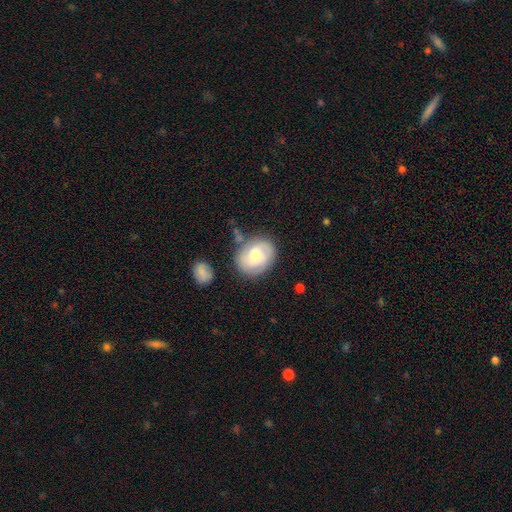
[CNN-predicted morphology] Smooth or featured? Predicted: featured or disk (p=0.47). Merging? Predicted: none (p=0.69).